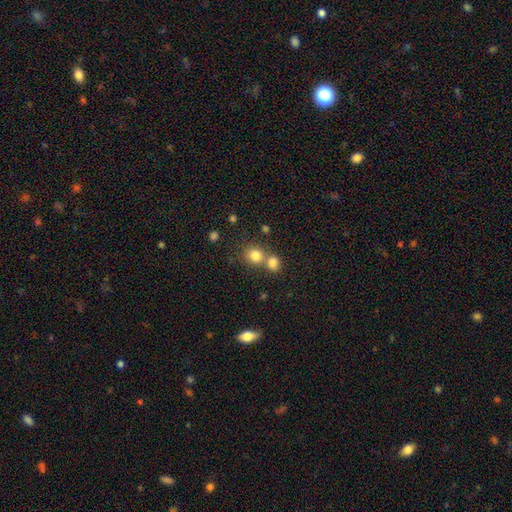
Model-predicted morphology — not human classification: This appears to be a smooth galaxy with no disk features (80%) that is round (79%). Merging: none (46%).